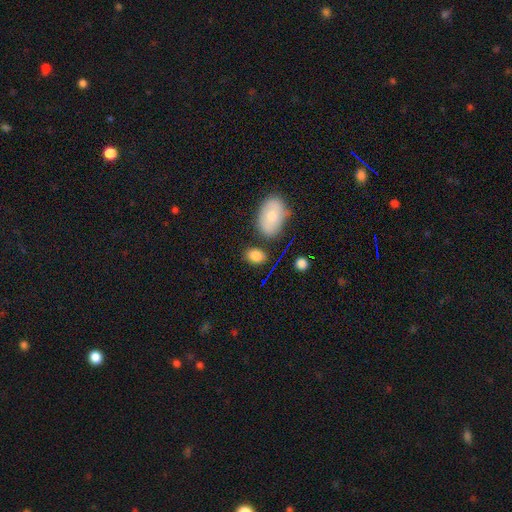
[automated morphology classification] type=smooth (83%); roundness=in between (79%); merging=none (73%).